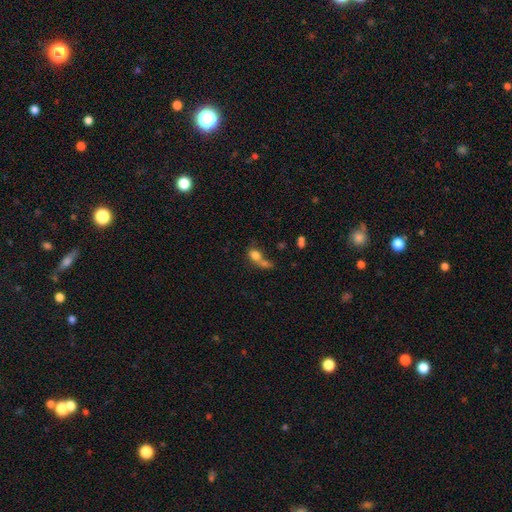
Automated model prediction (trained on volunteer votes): The model was most divided on "how rounded": in between: 58%, round: 37%, cigar-shaped: 4%. More confident: smooth or featured — smooth (75%); merging — merger (53%).